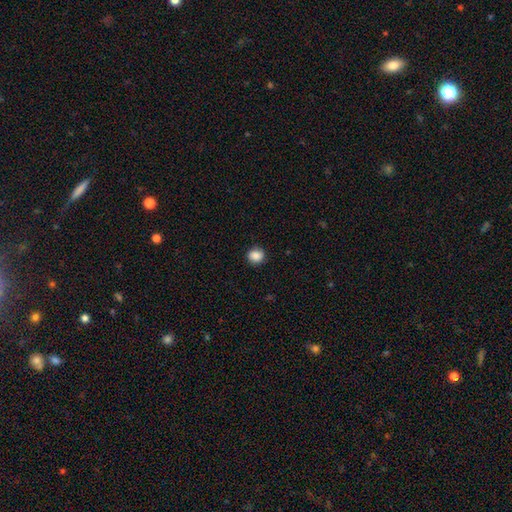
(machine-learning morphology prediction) smooth-or-featured: smooth: 86% | star or artifact: 9% | featured or disk: 5%
  how-rounded: round: 83% | in between: 16% | cigar-shaped: 1%
  merging: none: 87% | minor disturbance: 9% | major disturbance: 2% | merger: 1%